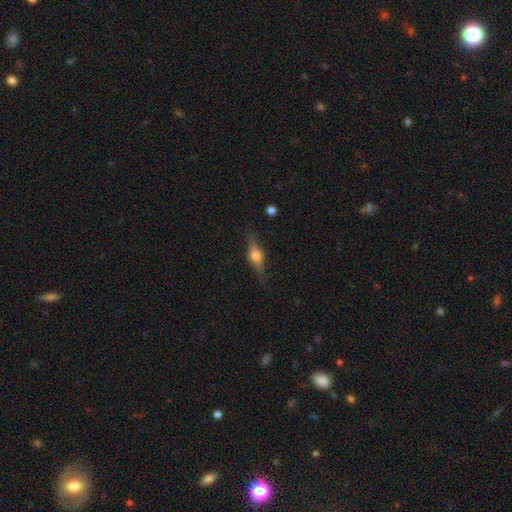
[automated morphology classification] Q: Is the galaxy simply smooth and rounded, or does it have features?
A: featured or disk — 65%.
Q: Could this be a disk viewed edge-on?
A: yes — 95%.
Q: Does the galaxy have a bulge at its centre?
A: rounded — 93%.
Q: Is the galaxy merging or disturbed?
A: none — 83%.